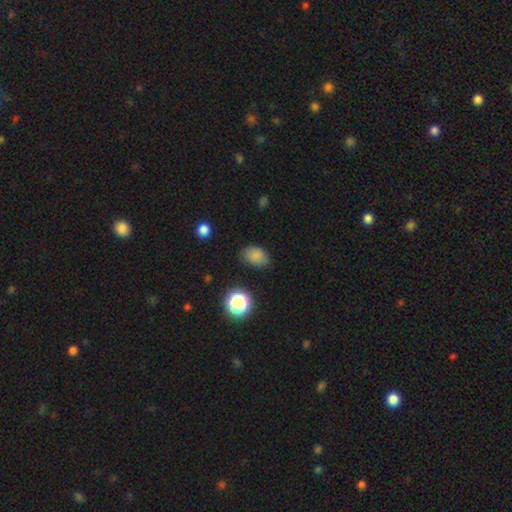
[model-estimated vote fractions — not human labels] Overall: smooth (81%). How rounded: in between (82%). Merging: none (73%).